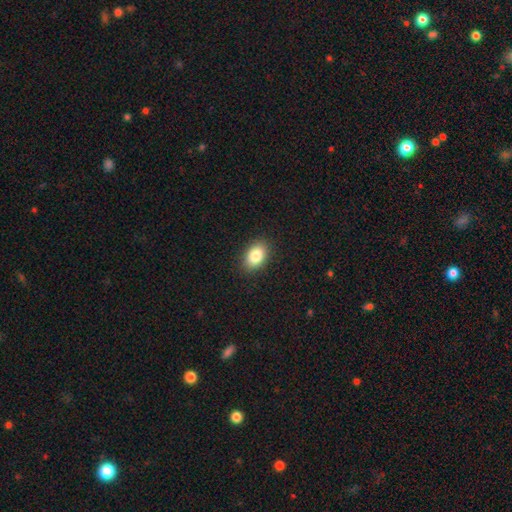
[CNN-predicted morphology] A smooth galaxy with no disk features (85%) that is in between round and cigar-shaped (86%).

Vote fractions:
- Smooth or featured? smooth: 85% / star or artifact: 8% / featured or disk: 7%
- How rounded? in between: 86% / round: 12% / cigar-shaped: 1%
- Merging? none: 88% / minor disturbance: 8% / major disturbance: 2% / merger: 1%